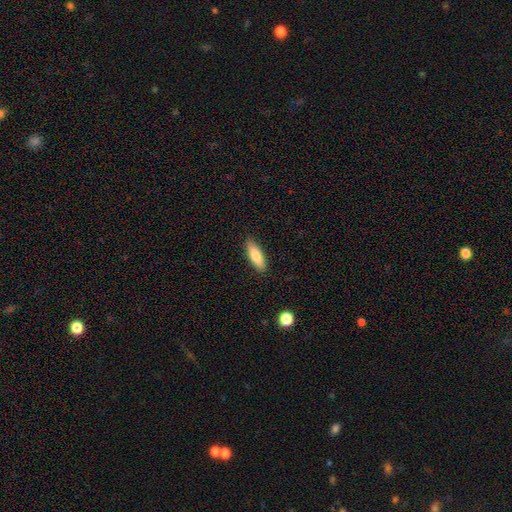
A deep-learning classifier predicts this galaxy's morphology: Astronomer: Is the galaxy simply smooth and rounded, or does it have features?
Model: smooth — 80%.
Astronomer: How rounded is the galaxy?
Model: in between — 51% (runner-up: cigar-shaped, 47%).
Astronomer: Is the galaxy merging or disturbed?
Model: none — 88%.